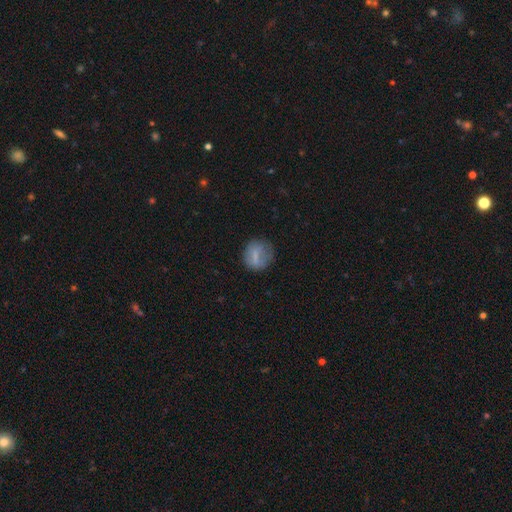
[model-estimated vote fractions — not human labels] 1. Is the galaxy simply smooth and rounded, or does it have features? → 65% smooth, 26% featured or disk, 9% star or artifact.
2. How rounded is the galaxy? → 79% round, 20% in between, 2% cigar-shaped.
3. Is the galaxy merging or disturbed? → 67% none, 21% minor disturbance, 11% major disturbance, 2% merger.